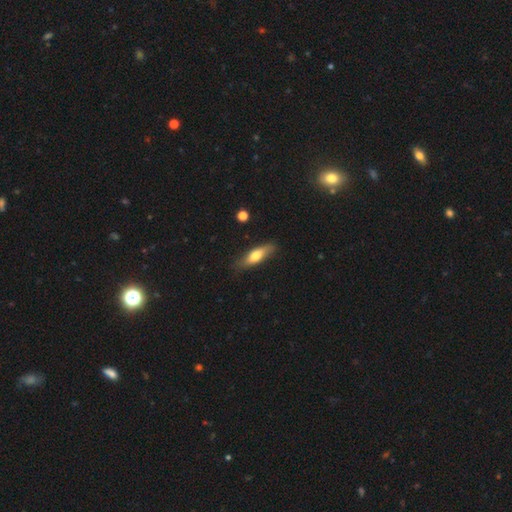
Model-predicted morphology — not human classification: Smooth or featured: smooth — 63% (featured or disk — 31%)
How rounded: cigar-shaped — 53% (in between — 44%)
Merging: none — 79% (minor disturbance — 16%)